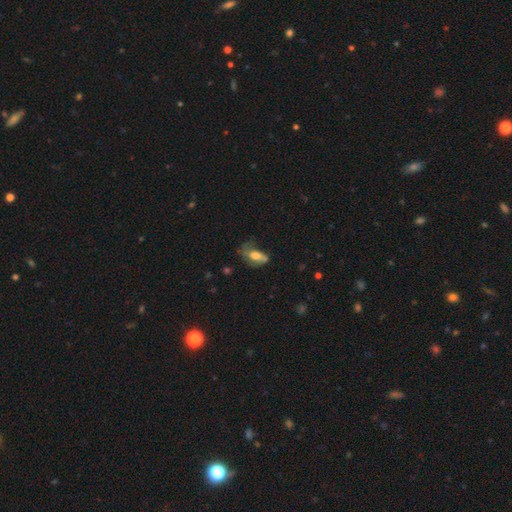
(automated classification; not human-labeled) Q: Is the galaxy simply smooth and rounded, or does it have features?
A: smooth — 57%.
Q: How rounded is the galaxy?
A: in between — 86%.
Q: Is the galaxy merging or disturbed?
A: major disturbance — 37%.